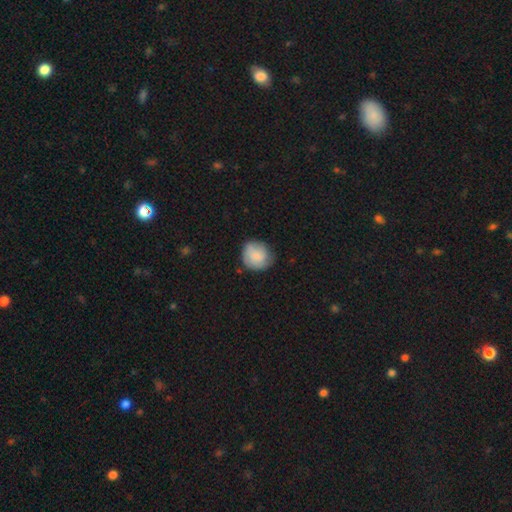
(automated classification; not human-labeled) This is likely a smooth galaxy (74%). How rounded: clearly round (84%). Merging: likely none (69%).